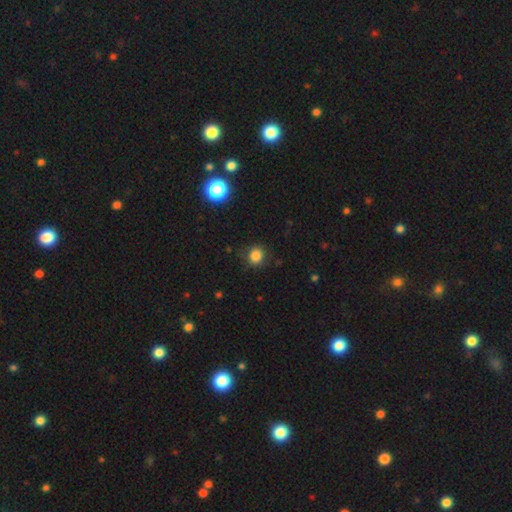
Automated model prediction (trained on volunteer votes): Morphology: type=smooth (83%); roundness=round (81%); merging=none (83%).